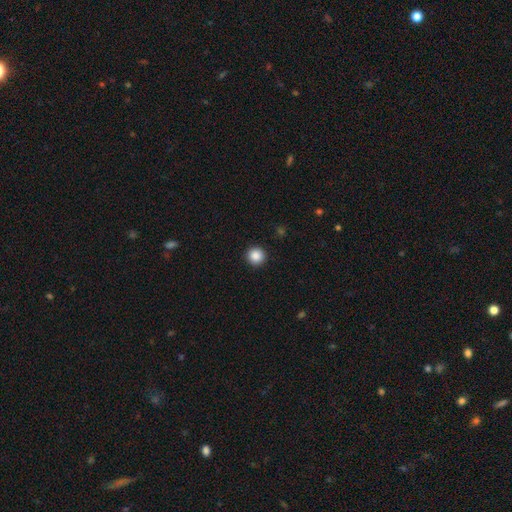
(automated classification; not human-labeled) This is clearly a smooth galaxy (87%). How rounded: clearly round (96%). Merging: clearly none (93%).